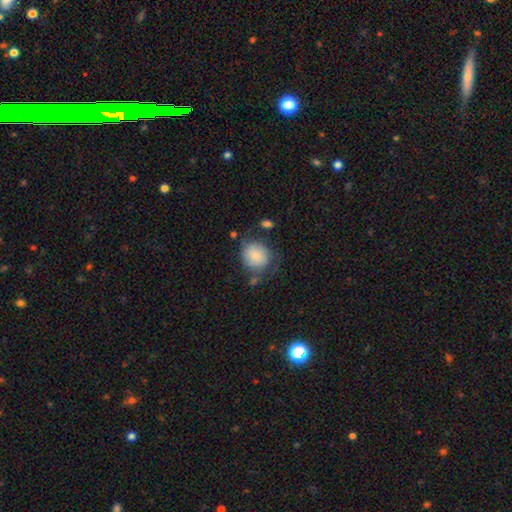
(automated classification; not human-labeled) The model was most divided on "merging": none: 53%, minor disturbance: 27%, major disturbance: 13%, merger: 7%. More confident: how rounded — round (79%); smooth or featured — smooth (78%).